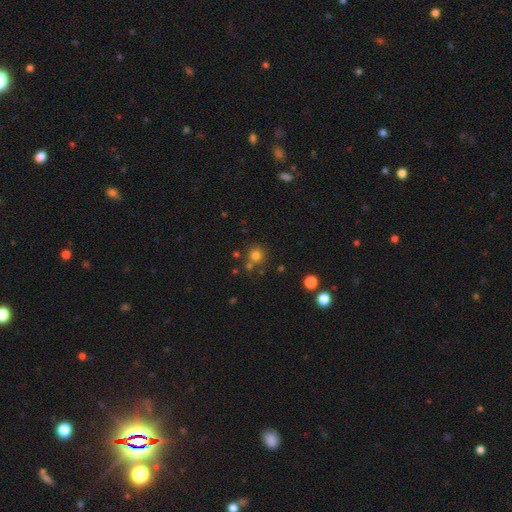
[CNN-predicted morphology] smooth_or_featured: smooth (p=0.77) [alt: star or artifact p=0.16]
how_rounded: round (p=0.91) [alt: in between p=0.09]
merging: none (p=0.71) [alt: merger p=0.15]